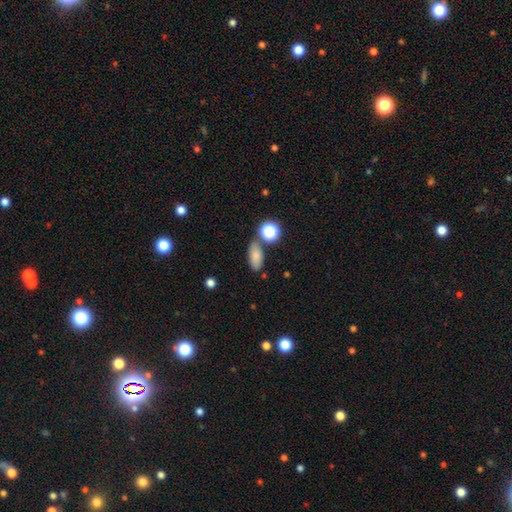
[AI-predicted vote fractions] smooth-or-featured: smooth: 81% | star or artifact: 11% | featured or disk: 8%
  how-rounded: in between: 82% | cigar-shaped: 10% | round: 8%
  merging: none: 73% | minor disturbance: 13% | merger: 11% | major disturbance: 4%